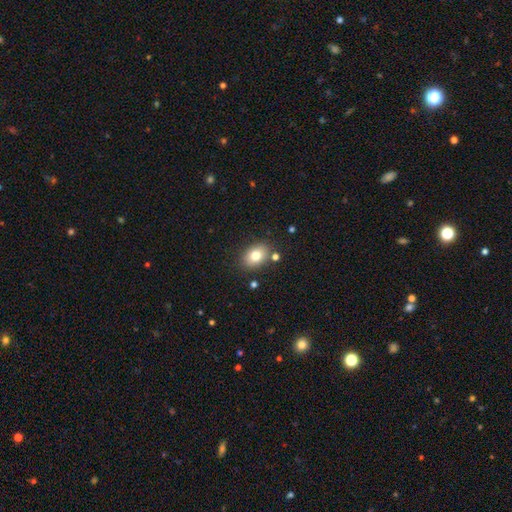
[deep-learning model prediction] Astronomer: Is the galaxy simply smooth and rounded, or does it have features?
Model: smooth — 79%.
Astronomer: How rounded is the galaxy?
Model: in between — 75%.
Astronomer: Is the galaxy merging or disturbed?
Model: none — 81%.